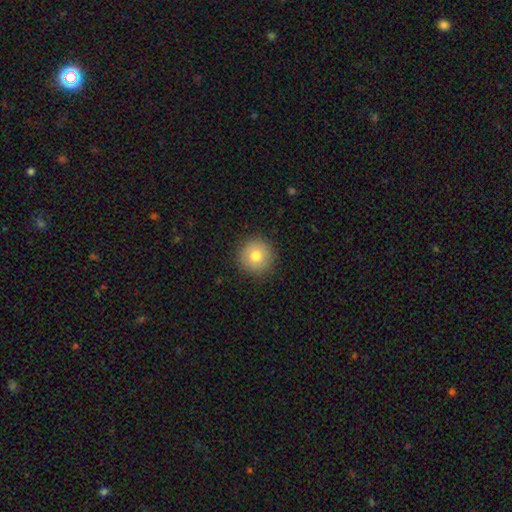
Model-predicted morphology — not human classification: Overall: smooth (80%). How rounded: round (95%). Merging: none (91%).